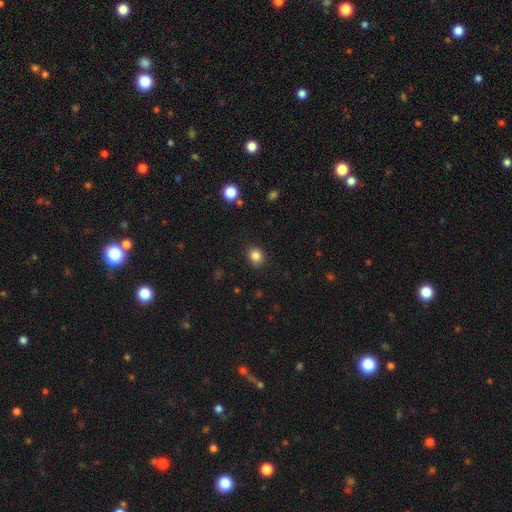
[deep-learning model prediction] Overall: smooth (85%). How rounded: round (67%; in between 32%). Merging: none (88%).